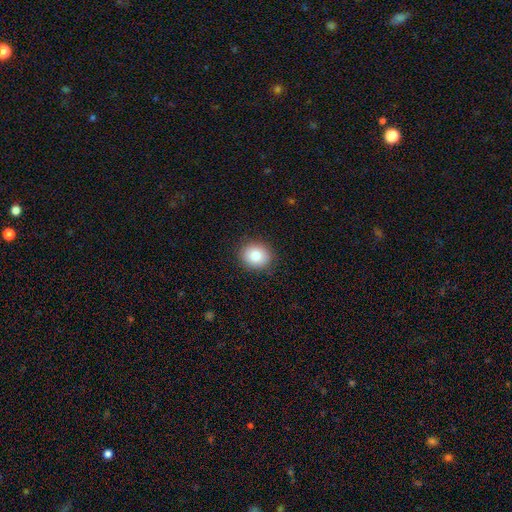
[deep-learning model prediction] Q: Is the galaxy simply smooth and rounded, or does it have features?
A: smooth — 81%.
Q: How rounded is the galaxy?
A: round — 70%.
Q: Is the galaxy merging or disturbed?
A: none — 89%.